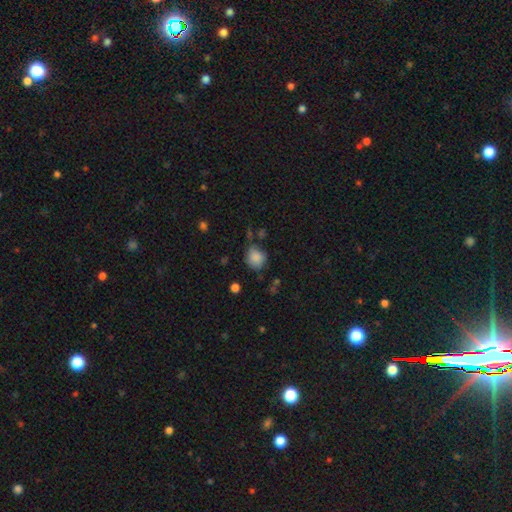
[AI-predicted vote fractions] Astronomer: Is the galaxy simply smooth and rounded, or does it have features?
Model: smooth — 84%.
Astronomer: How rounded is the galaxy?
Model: round — 81%.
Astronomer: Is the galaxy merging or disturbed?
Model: none — 68%.